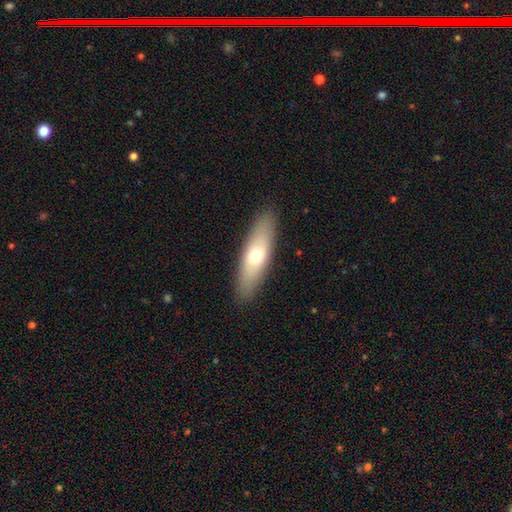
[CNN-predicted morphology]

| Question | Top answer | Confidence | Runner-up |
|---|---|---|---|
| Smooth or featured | smooth | 61% | featured or disk (33%) |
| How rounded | cigar-shaped | 56% | in between (42%) |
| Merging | none | 89% | minor disturbance (8%) |